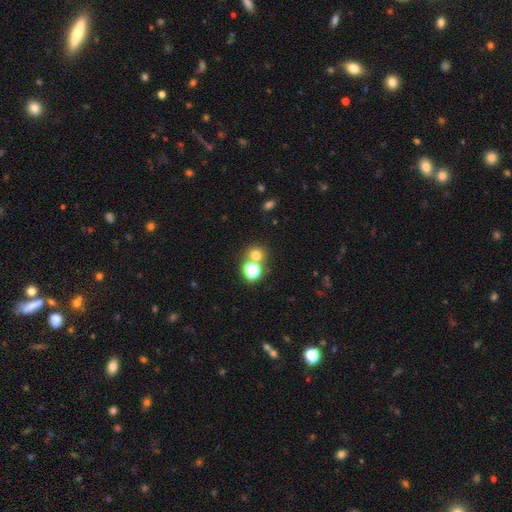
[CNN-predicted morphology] Smooth or featured?
  - smooth: 69% *
  - star or artifact: 23%
  - featured or disk: 8%
How rounded?
  - round: 87% *
  - in between: 12%
  - cigar-shaped: 1%
Merging?
  - none: 63% *
  - merger: 26%
  - minor disturbance: 7%
  - major disturbance: 3%